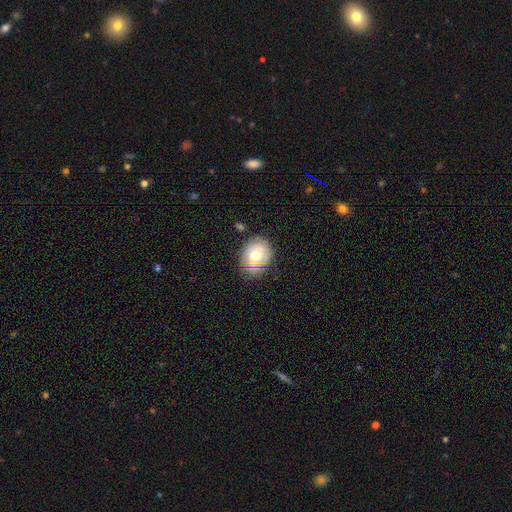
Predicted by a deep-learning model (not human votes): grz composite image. It shows a smooth galaxy with no disk features (56%) that is in between round and cigar-shaped (50%). Merging: none (69%).